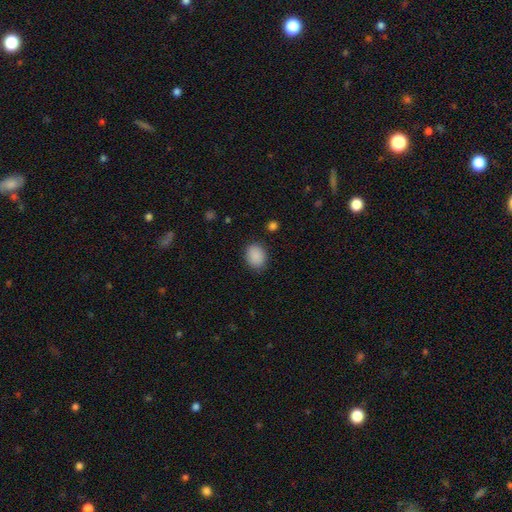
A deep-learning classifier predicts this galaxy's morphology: The model was most divided on "how rounded": in between: 59%, round: 40%, cigar-shaped: 1%. More confident: smooth or featured — smooth (89%); merging — none (85%).